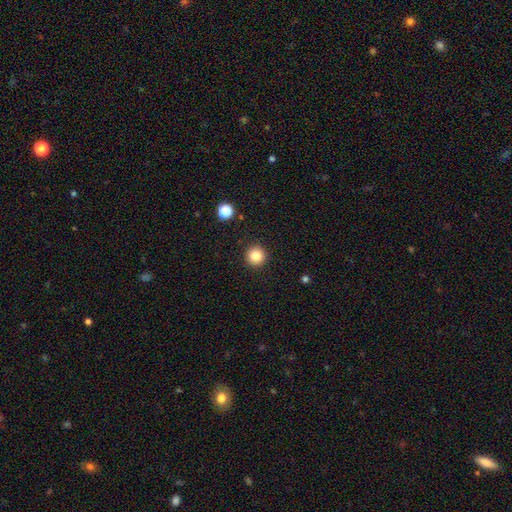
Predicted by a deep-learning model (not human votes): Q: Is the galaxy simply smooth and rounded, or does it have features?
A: smooth — 83%.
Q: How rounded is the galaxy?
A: round — 96%.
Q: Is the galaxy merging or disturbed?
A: none — 93%.